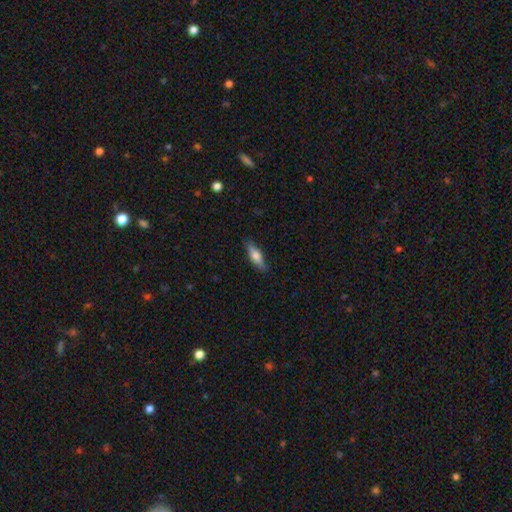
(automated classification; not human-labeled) A smooth galaxy with no disk features (65%) that is cigar-shaped (59%). Merging: none (86%).